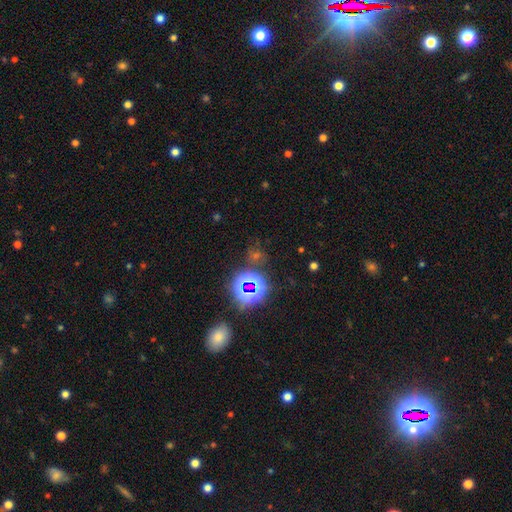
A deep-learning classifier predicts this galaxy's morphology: Q: Smooth or featured?
A: star or artifact (68%); runner-up: smooth (23%)